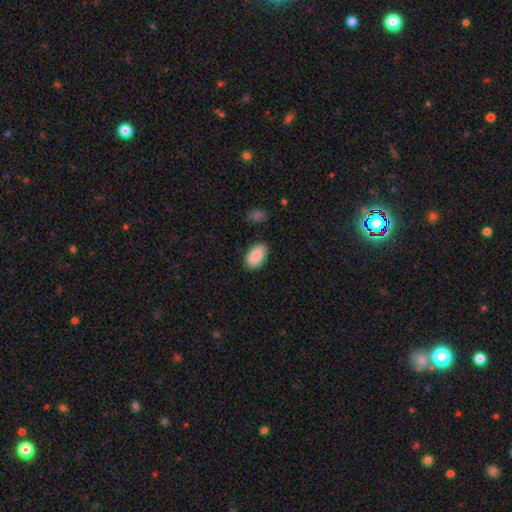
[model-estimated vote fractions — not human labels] This is clearly a smooth galaxy (88%). How rounded: clearly in between (93%). Merging: clearly none (82%).